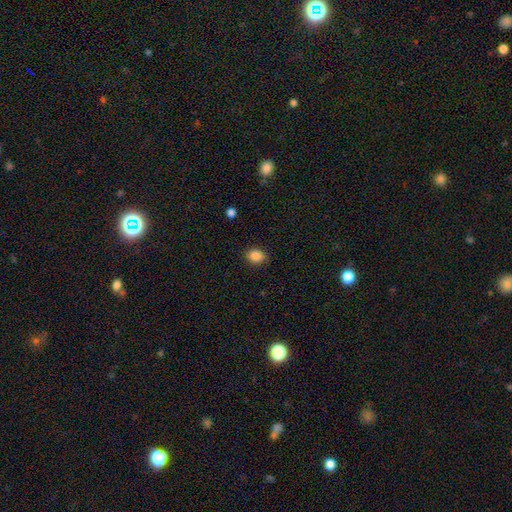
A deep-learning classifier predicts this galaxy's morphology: This is clearly a smooth galaxy (87%). How rounded: possibly in between (55%). Merging: clearly none (86%).